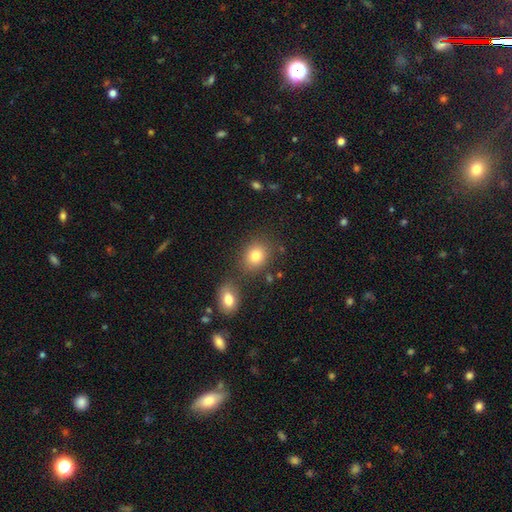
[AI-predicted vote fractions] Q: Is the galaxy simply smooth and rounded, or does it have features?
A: smooth — 80%.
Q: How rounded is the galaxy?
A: round — 61%.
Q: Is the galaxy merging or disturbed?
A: none — 72%.